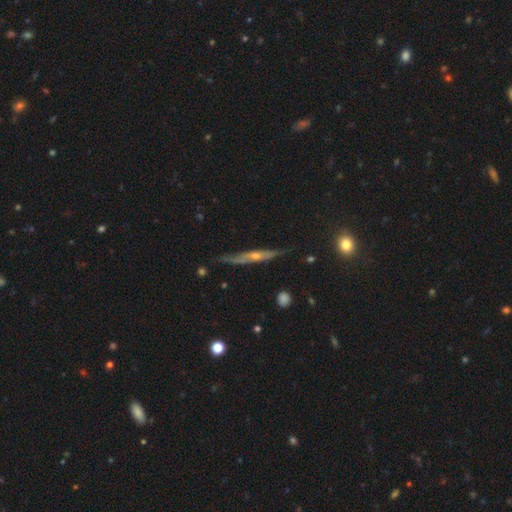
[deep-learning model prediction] Smooth or featured? Predicted: featured or disk (p=0.69). Edge-on disk? Predicted: yes (p=0.91). Edge-on bulge? Predicted: rounded (p=0.65). Merging? Predicted: none (p=0.70).